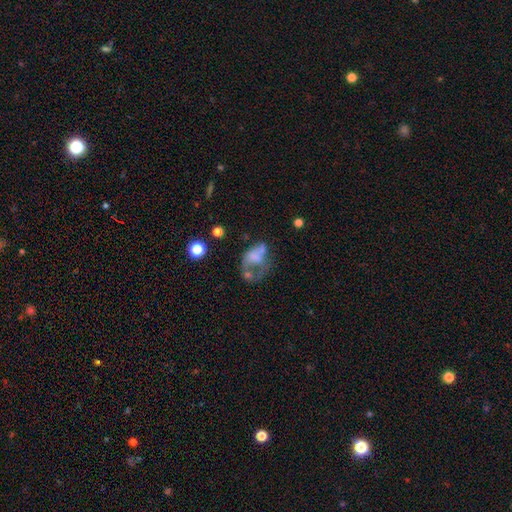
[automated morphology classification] Smooth or featured?
  - smooth: 43% * (tied)
  - featured or disk: 43% * (tied)
  - star or artifact: 14%
Merging?
  - major disturbance: 41% *
  - merger: 24%
  - none: 20%
  - minor disturbance: 16%